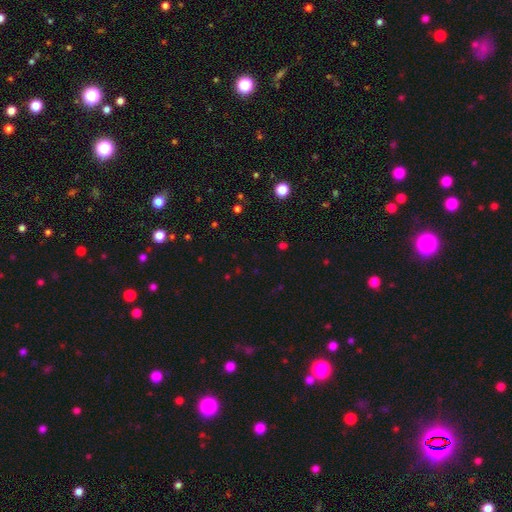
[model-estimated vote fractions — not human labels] smooth_or_featured: star or artifact (p=0.62) [alt: smooth p=0.31]